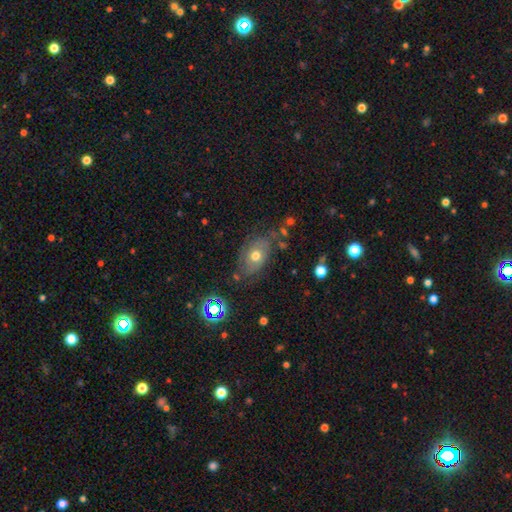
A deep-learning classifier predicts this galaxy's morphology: Q: Smooth or featured?
A: smooth (45%); runner-up: featured or disk (42%)
Q: Merging?
A: none (63%); runner-up: minor disturbance (23%)